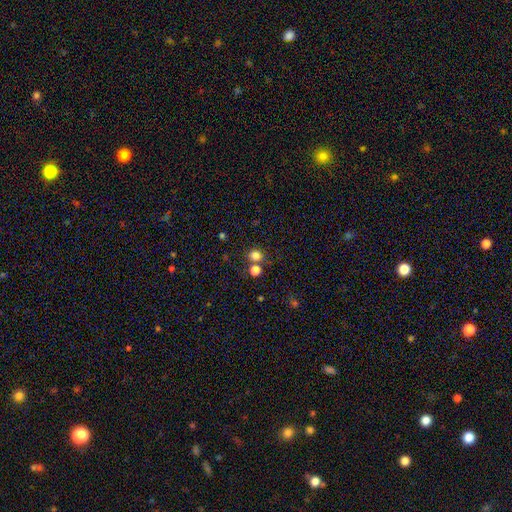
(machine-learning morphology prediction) type=smooth (79%); roundness=round (82%); merging=none (68%).